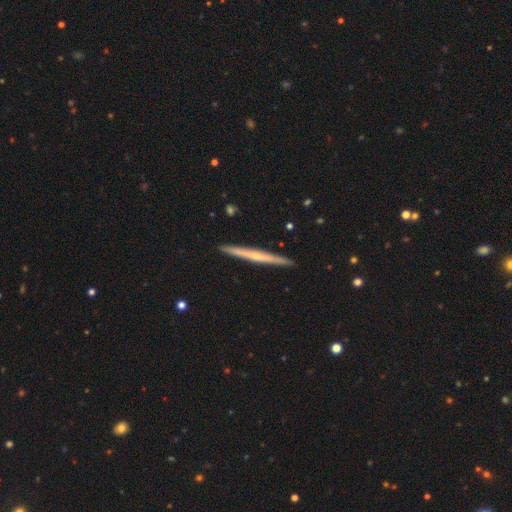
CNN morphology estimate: Smooth or featured? featured or disk (61%)
Edge-on disk? yes (97%)
Edge-on bulge? none (61%)
Merging? none (92%)